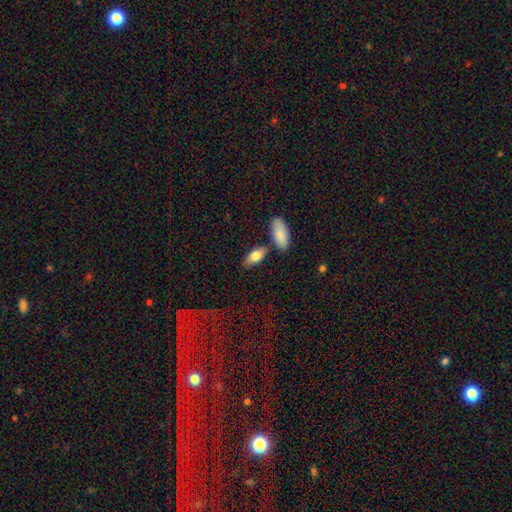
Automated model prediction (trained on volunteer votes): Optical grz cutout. It shows a smooth galaxy with no disk features (81%) that is in between round and cigar-shaped (88%). Merging: none (72%).